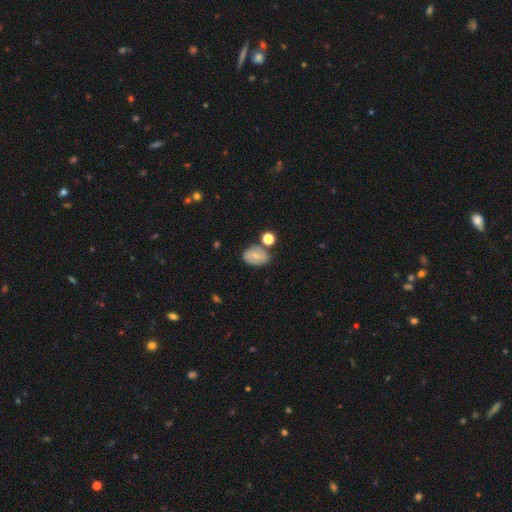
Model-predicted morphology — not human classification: A smooth galaxy with no disk features (52%) that is in between round and cigar-shaped (67%).

Vote fractions:
- Smooth or featured? smooth: 52% / featured or disk: 38% / star or artifact: 10%
- How rounded? in between: 67% / round: 32% / cigar-shaped: 1%
- Merging? none: 67% / minor disturbance: 17% / merger: 12% / major disturbance: 5%